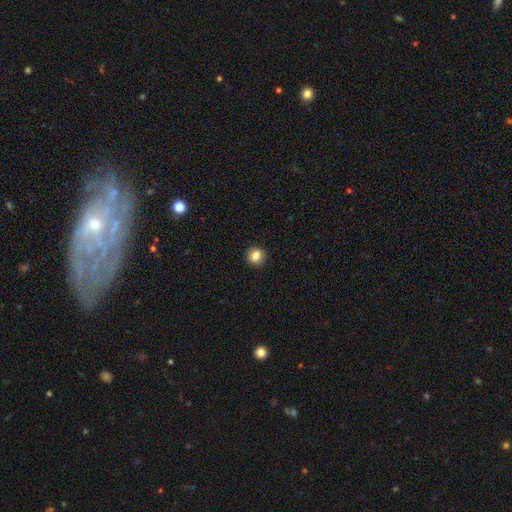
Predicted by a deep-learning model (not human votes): Smooth or featured? Predicted: smooth (p=0.83). How rounded? Predicted: round (p=0.79). Merging? Predicted: none (p=0.90).